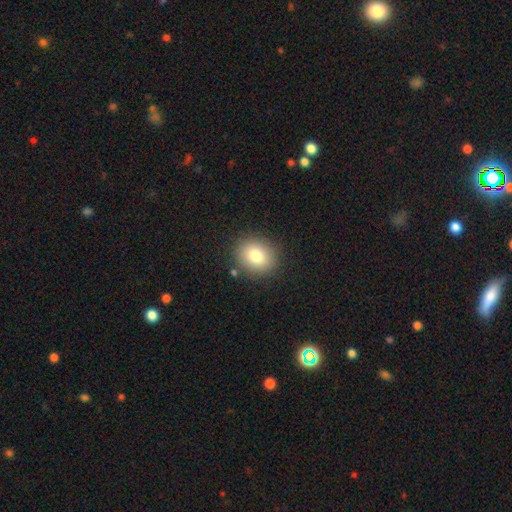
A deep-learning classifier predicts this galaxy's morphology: A smooth galaxy with no disk features (81%) that is round (64%). Merging: none (86%).